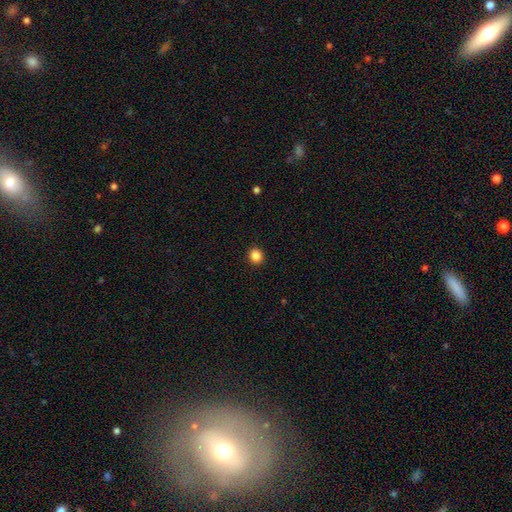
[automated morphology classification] smooth 86%, star or artifact 11%, featured or disk 3%. Down the decision tree: how rounded — round (82%); merging — none (92%).